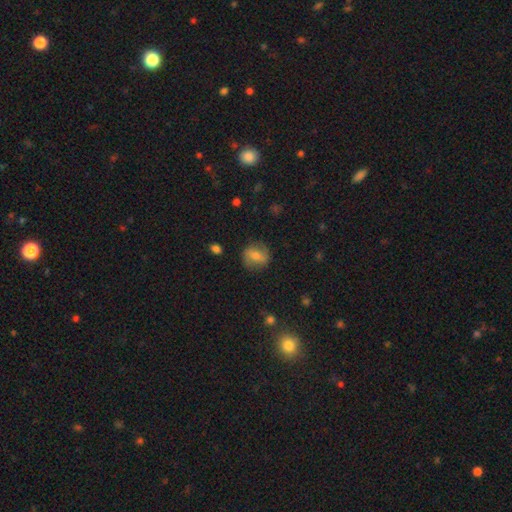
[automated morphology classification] smooth_or_featured: smooth (p=0.56) [alt: featured or disk p=0.33]
how_rounded: round (p=0.73) [alt: in between p=0.26]
merging: none (p=0.82) [alt: minor disturbance p=0.13]